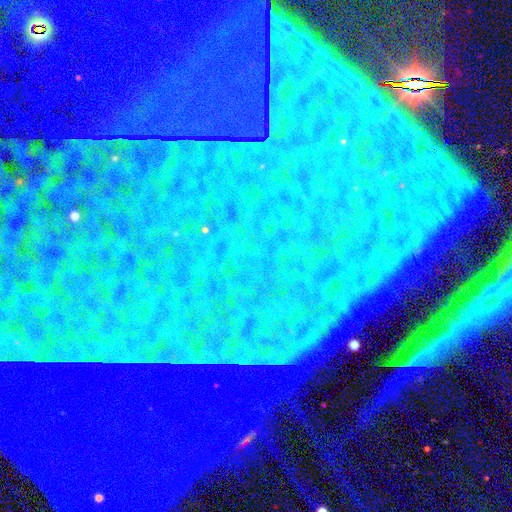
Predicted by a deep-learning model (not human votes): Smooth or featured: star or artifact — 86% (featured or disk — 7%)